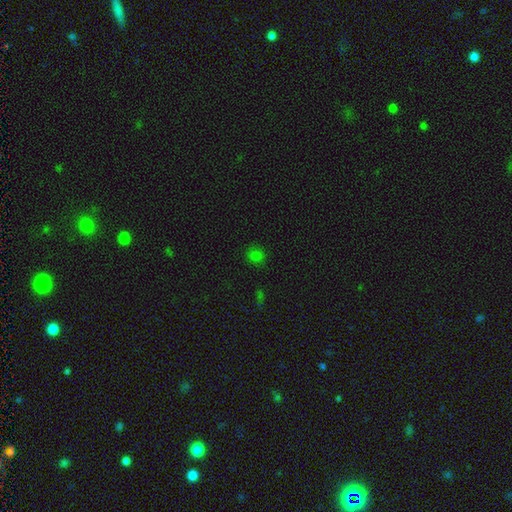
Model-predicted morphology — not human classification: smooth_or_featured: smooth (p=0.77) [alt: star or artifact p=0.19]
how_rounded: round (p=0.78) [alt: in between p=0.20]
merging: none (p=0.86) [alt: minor disturbance p=0.10]